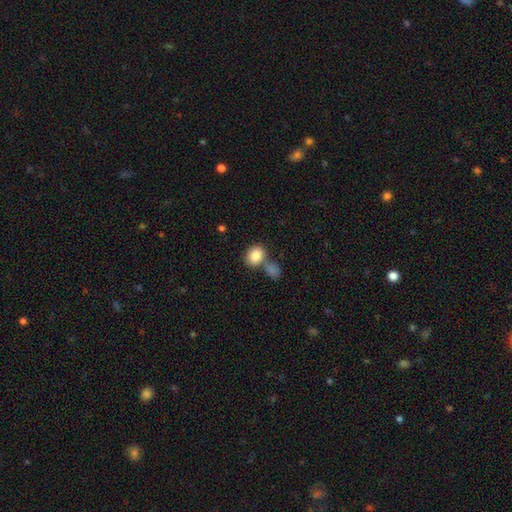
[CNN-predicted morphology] smooth 85%, star or artifact 8%, featured or disk 7%. Down the decision tree: how rounded — in between (56%); merging — none (50%).